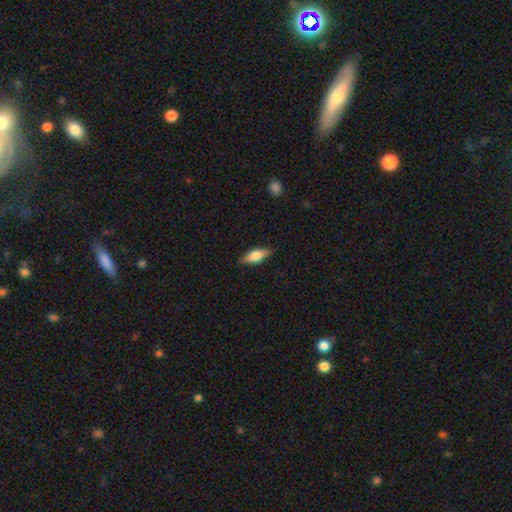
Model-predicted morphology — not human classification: Q: Smooth or featured?
A: smooth (48%); runner-up: featured or disk (45%)
Q: Merging?
A: none (86%); runner-up: minor disturbance (11%)